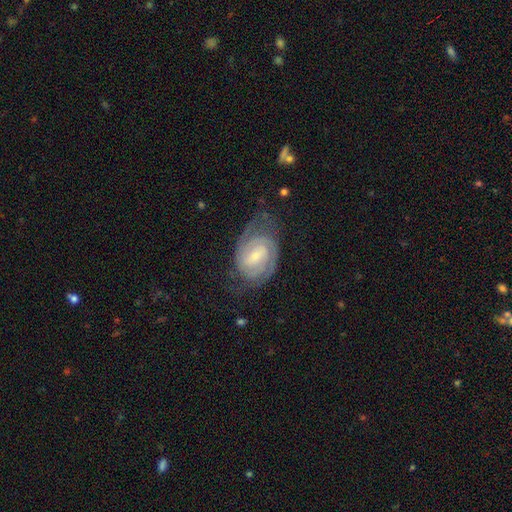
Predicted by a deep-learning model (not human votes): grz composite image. It shows a featured or disk galaxy (86%) with a weak bar (54%), 2 (76%) tight (65%) spiral arms (97%) and a small central bulge (57%). Merging: none (70%).